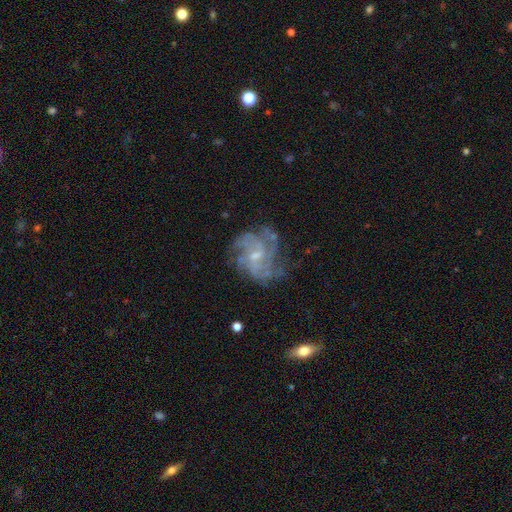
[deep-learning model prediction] The model was most divided on "spiral winding": medium: 44%, tight: 42%, loose: 14%. Remaining: edge-on disk — no (97%); spiral arms — yes (95%); smooth or featured — featured or disk (84%); merging — none (69%); bulge size — small (61%); bar — no (57%); spiral arm count — 4 (29%).